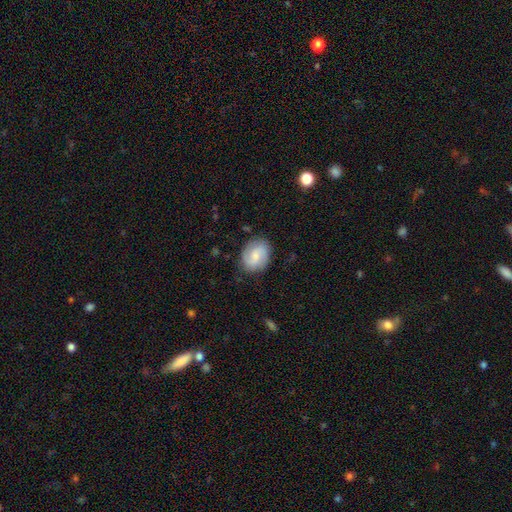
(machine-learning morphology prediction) A featured or disk galaxy (54%) with a weak bar (47%), spiral arms (91%) and a small central bulge (47%). Merging: none (80%).